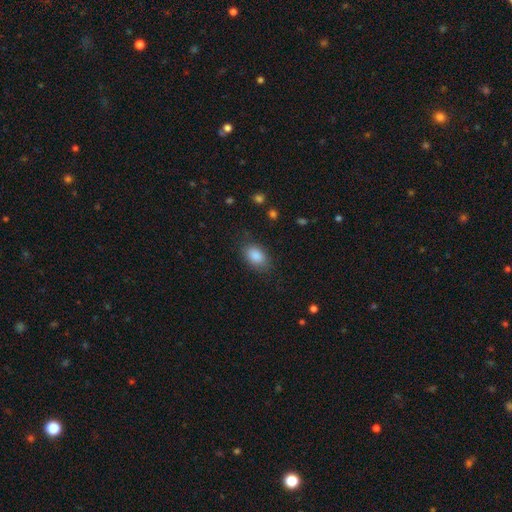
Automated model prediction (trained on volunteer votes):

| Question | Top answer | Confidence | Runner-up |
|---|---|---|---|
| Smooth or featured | smooth | 87% | star or artifact (8%) |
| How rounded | in between | 88% | round (11%) |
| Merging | none | 80% | minor disturbance (14%) |